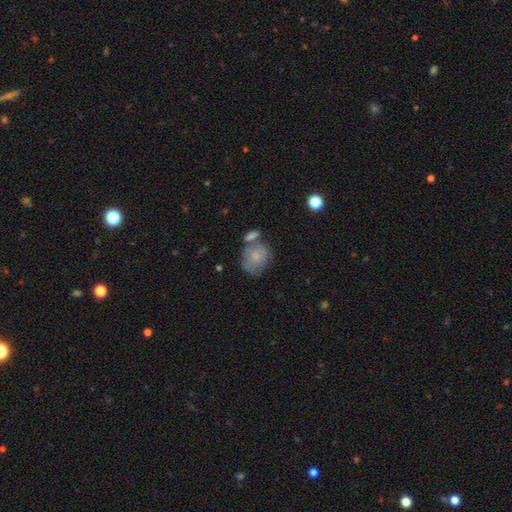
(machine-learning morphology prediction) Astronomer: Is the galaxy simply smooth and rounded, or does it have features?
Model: smooth — 73%.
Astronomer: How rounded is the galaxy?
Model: round — 55% (runner-up: in between, 44%).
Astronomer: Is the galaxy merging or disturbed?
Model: none — 44% (runner-up: merger, 26%).